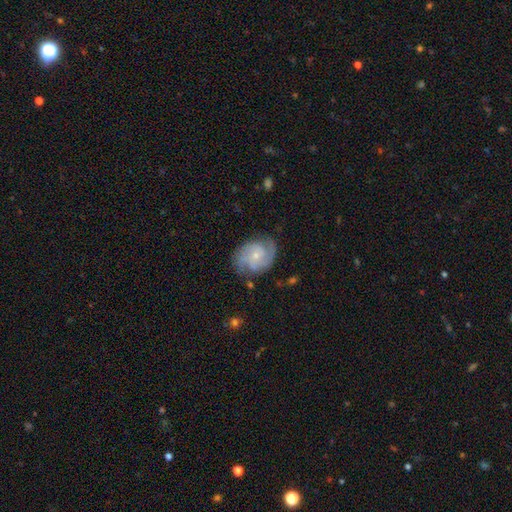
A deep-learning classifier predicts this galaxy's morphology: A featured or disk galaxy (83%) with no bar (69%), 2 (48%) medium (45%) spiral arms (97%) and a small central bulge (71%). Merging: none (74%).